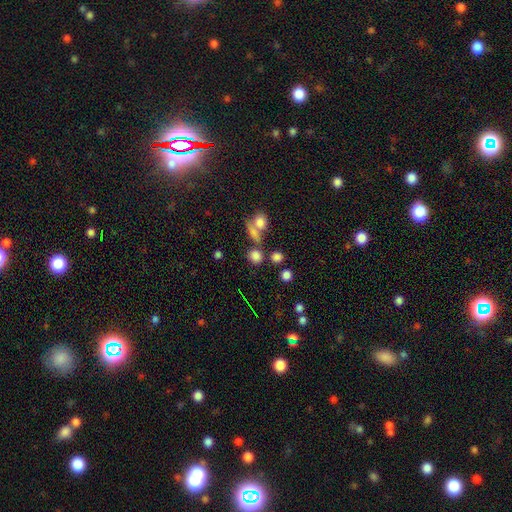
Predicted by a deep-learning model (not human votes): Smooth or featured: smooth — 77% (star or artifact — 16%)
How rounded: round — 78% (in between — 19%)
Merging: none — 62% (merger — 24%)